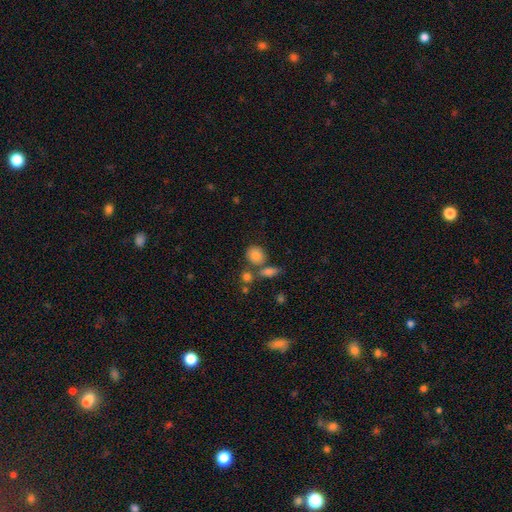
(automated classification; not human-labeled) The model was most divided on "how rounded": round: 67%, in between: 31%, cigar-shaped: 2%. More confident: smooth or featured — smooth (81%); merging — none (61%).